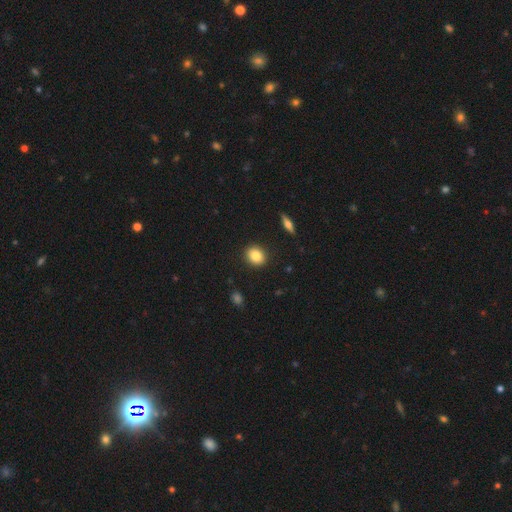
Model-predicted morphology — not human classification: The model was most divided on "how rounded": round: 61%, in between: 38%, cigar-shaped: 2%. More confident: merging — none (90%); smooth or featured — smooth (85%).